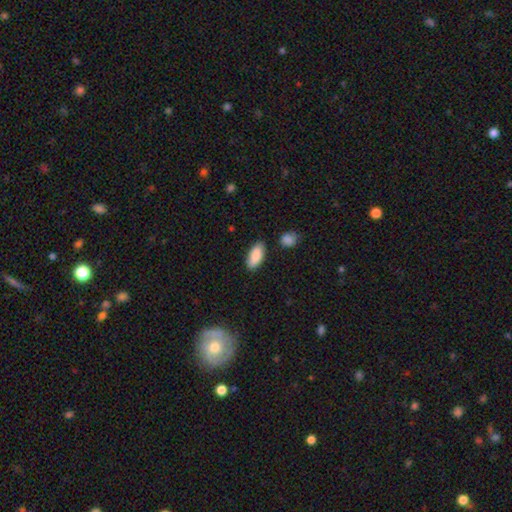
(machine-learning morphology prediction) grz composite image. It shows a smooth galaxy with no disk features (87%) that is in between round and cigar-shaped (88%). Merging: none (81%).